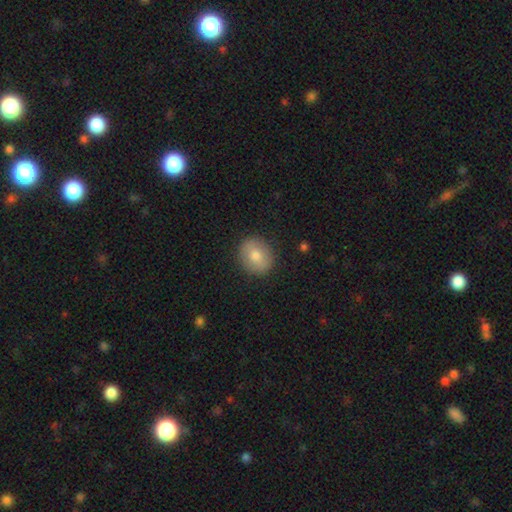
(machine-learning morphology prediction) Q: Smooth or featured?
A: smooth (76%); runner-up: featured or disk (16%)
Q: How rounded?
A: round (70%); runner-up: in between (29%)
Q: Merging?
A: none (89%); runner-up: minor disturbance (8%)